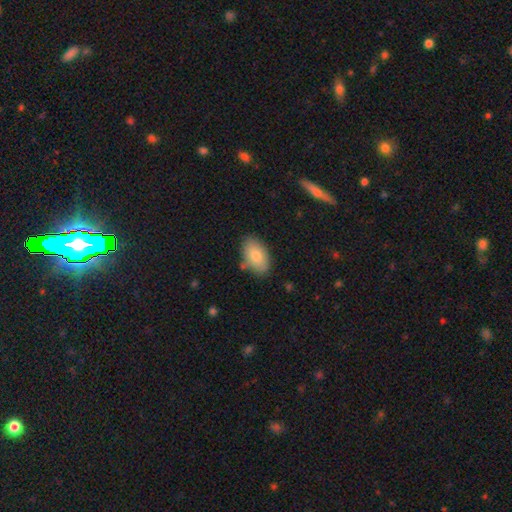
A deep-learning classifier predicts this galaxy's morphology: Smooth or featured? smooth (80%)
How rounded? in between (93%)
Merging? none (82%)